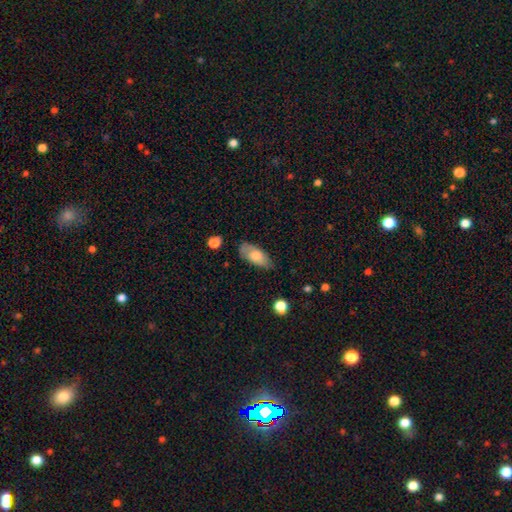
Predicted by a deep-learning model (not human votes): Smooth or featured?
  - smooth: 71% *
  - featured or disk: 23%
  - star or artifact: 7%
How rounded?
  - in between: 87% *
  - cigar-shaped: 11%
  - round: 3%
Merging?
  - none: 69% *
  - minor disturbance: 24%
  - major disturbance: 5%
  - merger: 2%